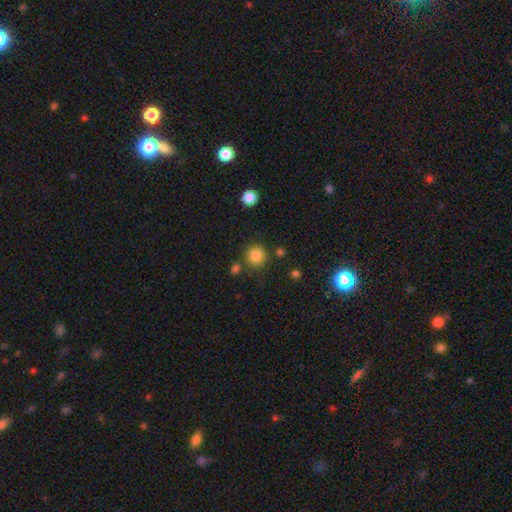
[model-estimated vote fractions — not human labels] This appears to be a smooth galaxy with no disk features (83%) that is round (92%). Merging: none (82%).